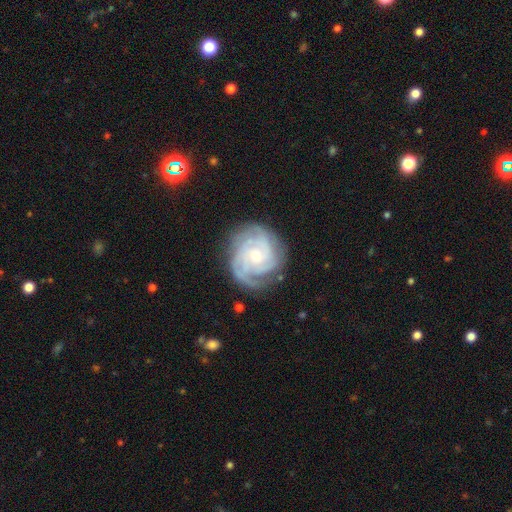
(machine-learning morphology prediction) This is clearly a featured or disk galaxy (87%). It is clearly not viewed edge-on (98%). Bar: likely no (75%). Spiral arm pattern: clearly yes (97%). Spiral arm count: marginally 3 (32%). Spiral winding: likely tight (71%). Central bulge: likely small (63%). Merging: likely none (75%).